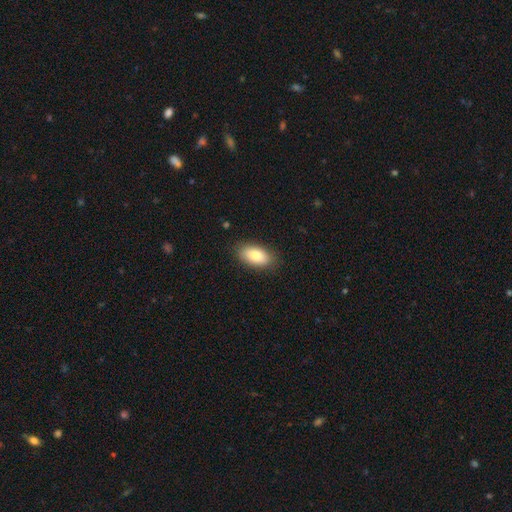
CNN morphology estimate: This is likely a smooth galaxy (80%). How rounded: clearly in between (92%). Merging: clearly none (86%).